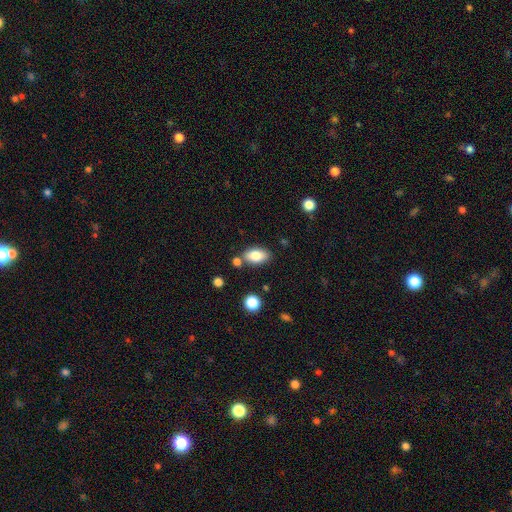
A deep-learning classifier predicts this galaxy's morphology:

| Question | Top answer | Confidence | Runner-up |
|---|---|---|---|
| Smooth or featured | smooth | 81% | featured or disk (11%) |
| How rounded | in between | 91% | round (7%) |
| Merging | none | 76% | minor disturbance (12%) |